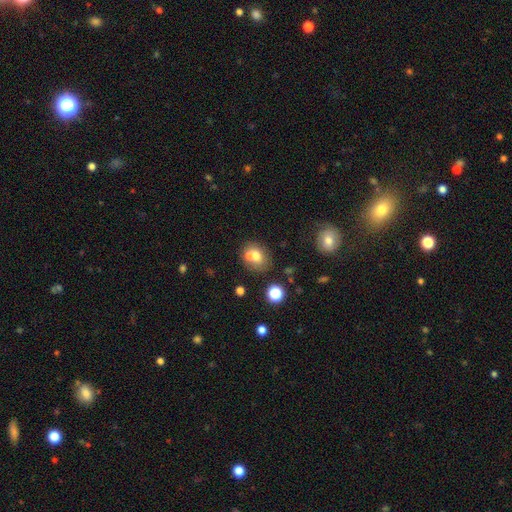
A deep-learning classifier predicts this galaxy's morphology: smooth_or_featured: smooth (p=0.68) [alt: featured or disk p=0.20]
how_rounded: round (p=0.59) [alt: in between p=0.40]
merging: none (p=0.43) [alt: merger p=0.42]